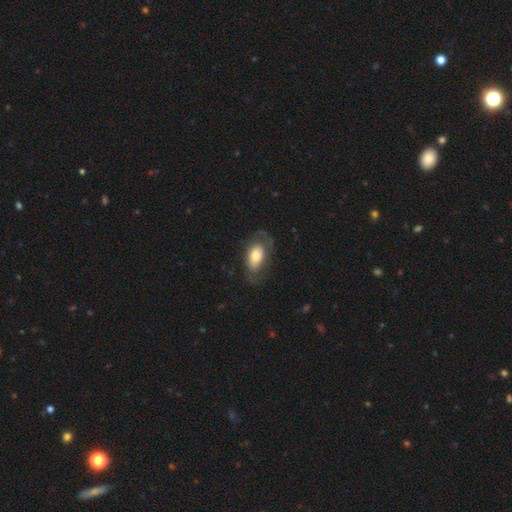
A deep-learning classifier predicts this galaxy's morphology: This is possibly a smooth galaxy (56%). How rounded: clearly in between (89%). Merging: possibly none (59%).